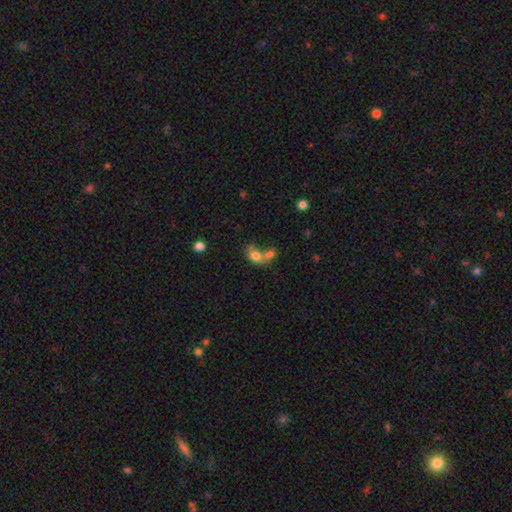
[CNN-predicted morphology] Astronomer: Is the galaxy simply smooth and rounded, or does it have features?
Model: smooth — 74%.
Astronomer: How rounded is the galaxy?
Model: in between — 63%.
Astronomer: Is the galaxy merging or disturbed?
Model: merger — 62%.